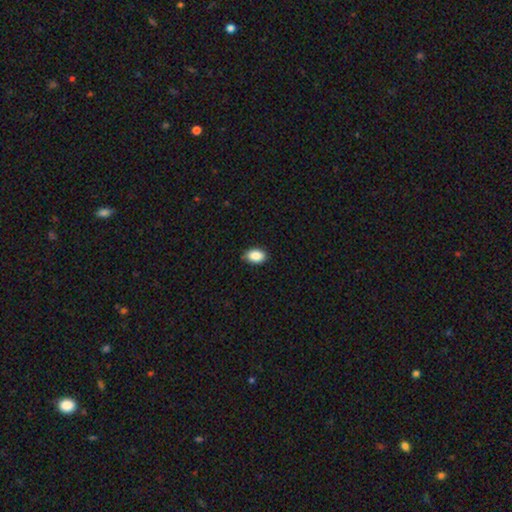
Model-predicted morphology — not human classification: smooth 88%, star or artifact 7%, featured or disk 4%. Down the decision tree: how rounded — in between (88%); merging — none (83%).